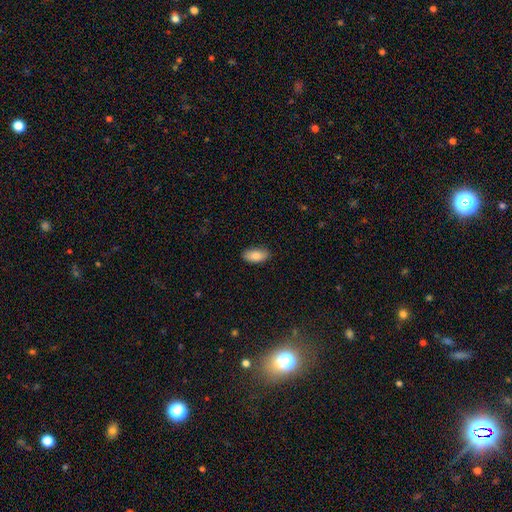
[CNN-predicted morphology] Smooth or featured? Predicted: smooth (p=0.86). How rounded? Predicted: in between (p=0.92). Merging? Predicted: none (p=0.88).